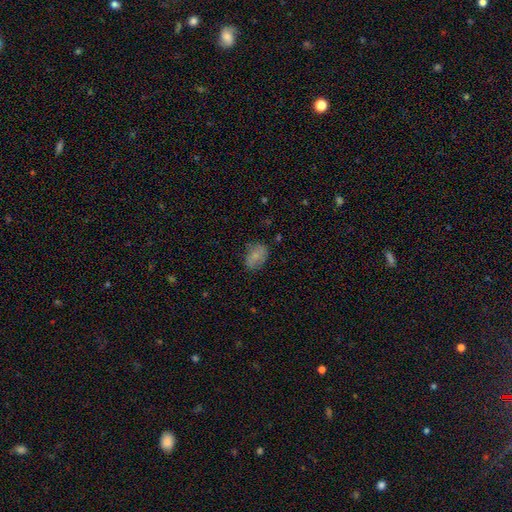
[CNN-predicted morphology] Q: Smooth or featured?
A: smooth (76%); runner-up: featured or disk (15%)
Q: How rounded?
A: in between (81%); runner-up: round (18%)
Q: Merging?
A: none (68%); runner-up: minor disturbance (23%)